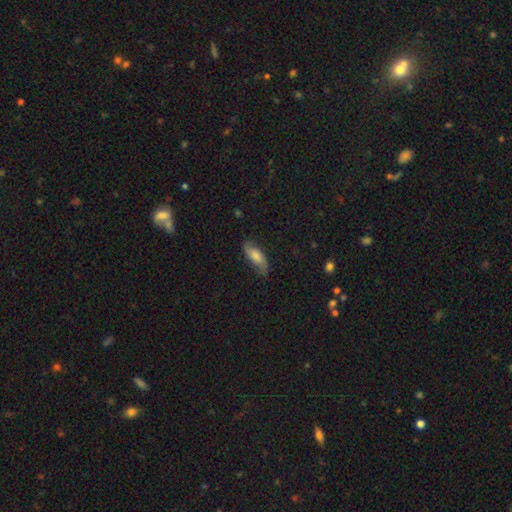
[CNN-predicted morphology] Smooth or featured: smooth — 52% (featured or disk — 39%)
How rounded: in between — 71% (cigar-shaped — 26%)
Merging: none — 73% (minor disturbance — 20%)